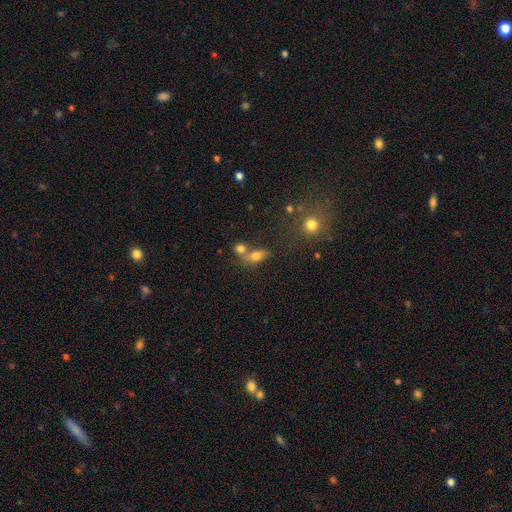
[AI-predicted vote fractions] smooth 74%, featured or disk 14%, star or artifact 12%. Down the decision tree: how rounded — in between (76%); merging — merger (44%).